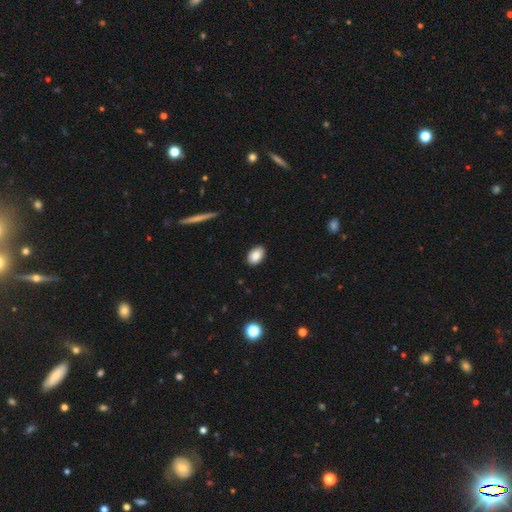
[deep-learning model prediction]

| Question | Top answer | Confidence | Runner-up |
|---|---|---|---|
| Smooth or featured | smooth | 88% | star or artifact (7%) |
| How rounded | in between | 89% | round (9%) |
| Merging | none | 89% | minor disturbance (8%) |